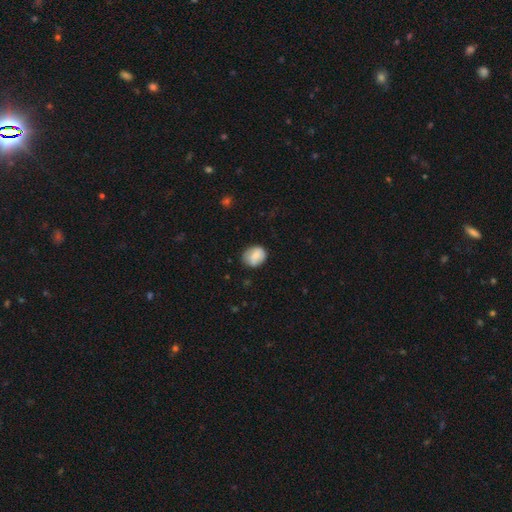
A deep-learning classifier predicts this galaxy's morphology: The model was most divided on "how rounded": round: 55%, in between: 44%, cigar-shaped: 1%. More confident: smooth or featured — smooth (78%); merging — none (70%).